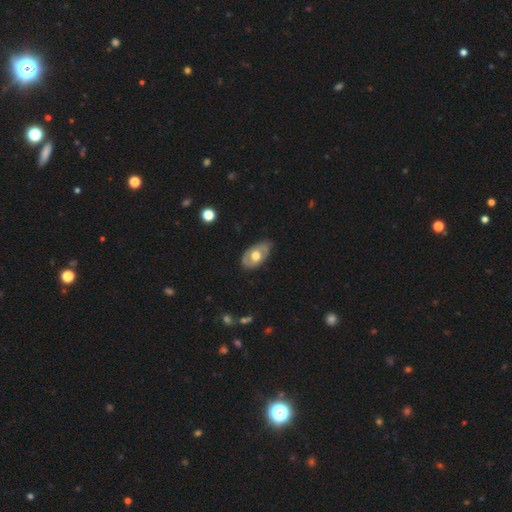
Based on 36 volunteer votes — smooth-or-featured: smooth: 53% | featured or disk: 47% | star or artifact: 0%
  how-rounded: in between: 84% | round: 16% | cigar-shaped: 0%
  merging: none: 61% | minor disturbance: 36% | major disturbance: 3% | merger: 0%